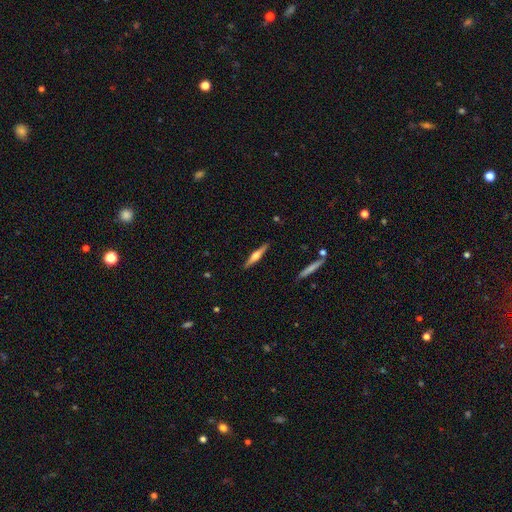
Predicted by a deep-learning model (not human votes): Q: Smooth or featured?
A: featured or disk (61%); runner-up: smooth (33%)
Q: Edge-on disk?
A: yes (97%); runner-up: no (3%)
Q: Edge-on bulge?
A: rounded (88%); runner-up: boxy (8%)
Q: Merging?
A: none (90%); runner-up: minor disturbance (7%)